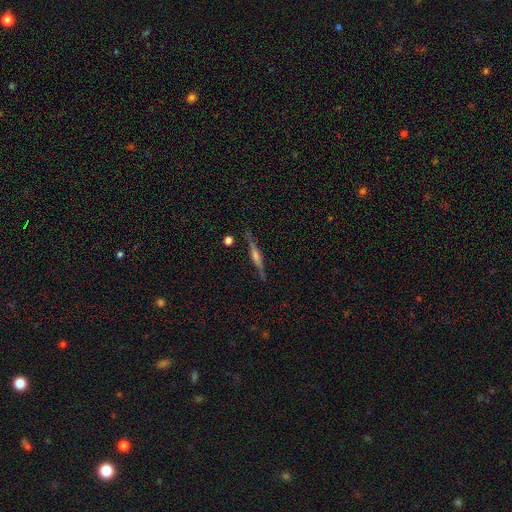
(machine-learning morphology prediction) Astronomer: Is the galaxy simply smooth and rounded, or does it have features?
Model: featured or disk — 80%.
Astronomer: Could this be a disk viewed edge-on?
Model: yes — 97%.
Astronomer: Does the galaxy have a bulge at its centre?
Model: rounded — 74%.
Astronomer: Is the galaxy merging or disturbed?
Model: none — 88%.